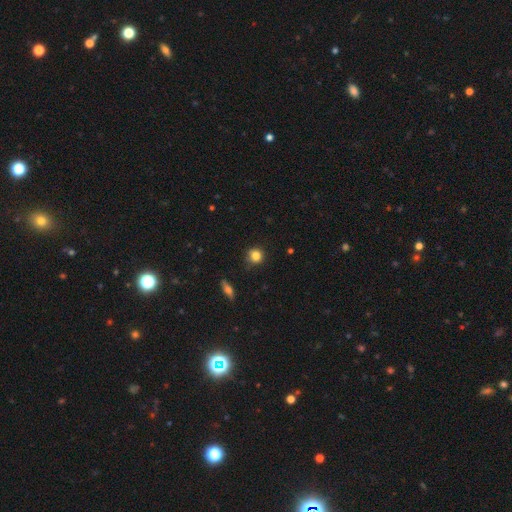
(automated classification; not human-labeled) A smooth galaxy with no disk features (82%) that is round (87%).

Vote fractions:
- Smooth or featured? smooth: 82% / star or artifact: 11% / featured or disk: 7%
- How rounded? round: 87% / in between: 11% / cigar-shaped: 1%
- Merging? none: 79% / minor disturbance: 16% / major disturbance: 3% / merger: 2%